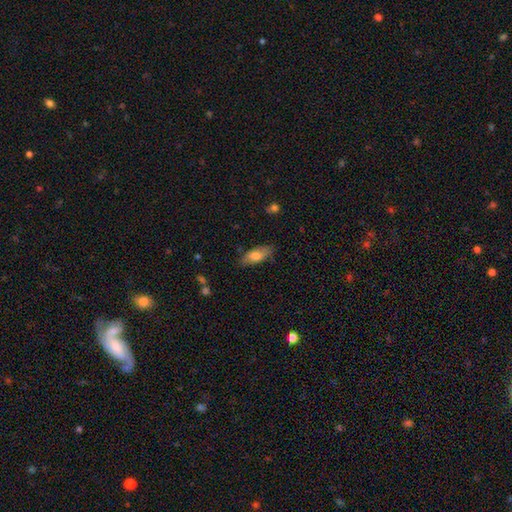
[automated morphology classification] Smooth or featured: smooth — 74% (featured or disk — 20%)
How rounded: in between — 74% (cigar-shaped — 24%)
Merging: none — 80% (minor disturbance — 15%)